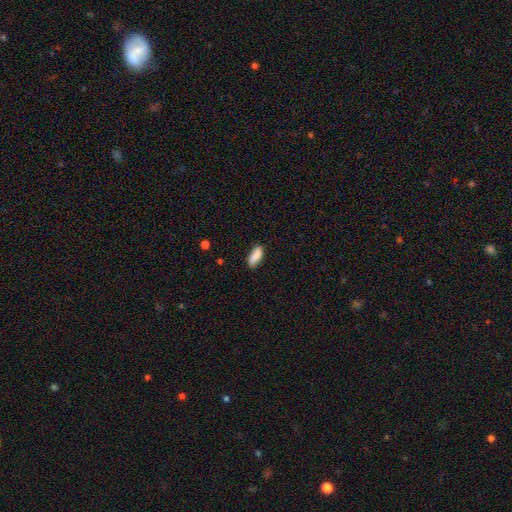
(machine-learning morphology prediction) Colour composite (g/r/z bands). It shows a smooth galaxy with no disk features (85%) that is in between round and cigar-shaped (79%). Merging: none (80%).